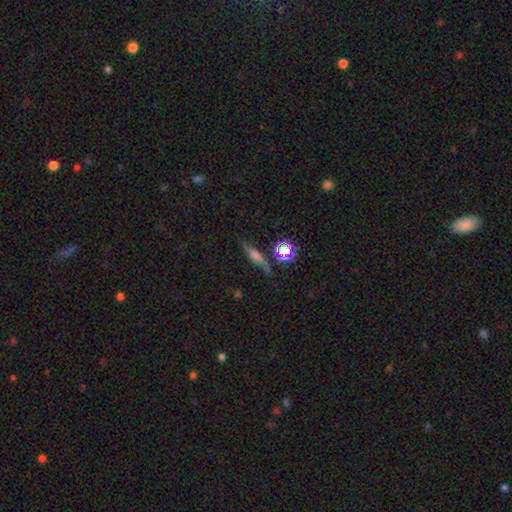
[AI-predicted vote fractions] This is possibly a featured or disk galaxy (50%). It is likely viewed edge-on (77%). Merging: likely none (72%).